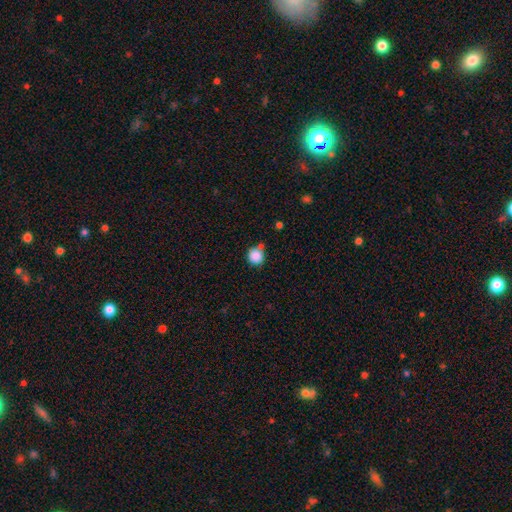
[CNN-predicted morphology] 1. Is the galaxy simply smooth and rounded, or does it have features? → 86% smooth, 9% star or artifact, 4% featured or disk.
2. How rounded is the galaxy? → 93% round, 7% in between, 1% cigar-shaped.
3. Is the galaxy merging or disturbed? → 67% none, 15% minor disturbance, 14% merger, 4% major disturbance.